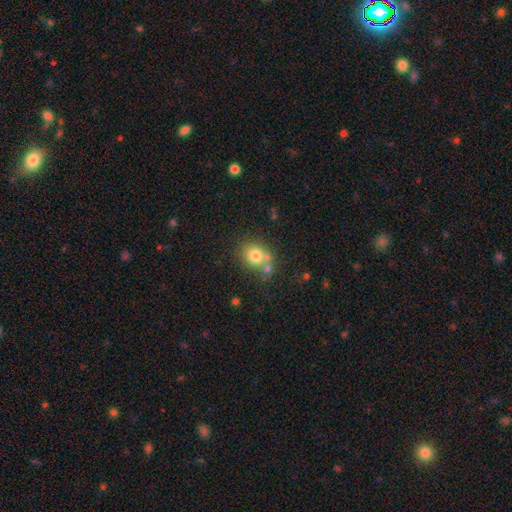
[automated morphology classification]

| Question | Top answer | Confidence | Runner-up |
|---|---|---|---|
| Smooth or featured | smooth | 77% | featured or disk (12%) |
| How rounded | round | 68% | in between (31%) |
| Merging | none | 58% | merger (23%) |